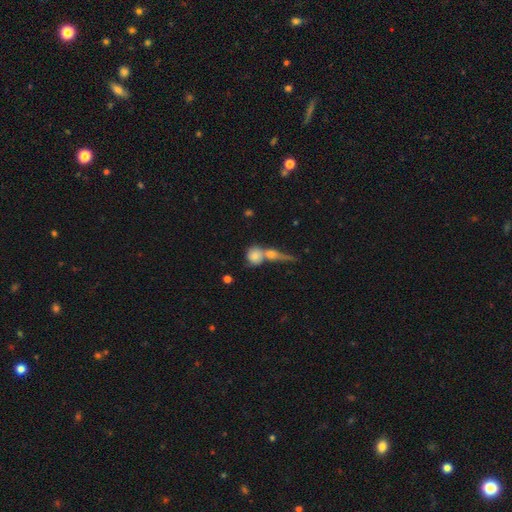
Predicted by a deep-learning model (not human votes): Q: Smooth or featured?
A: smooth (75%); runner-up: featured or disk (16%)
Q: How rounded?
A: round (80%); runner-up: in between (16%)
Q: Merging?
A: merger (46%); runner-up: none (40%)